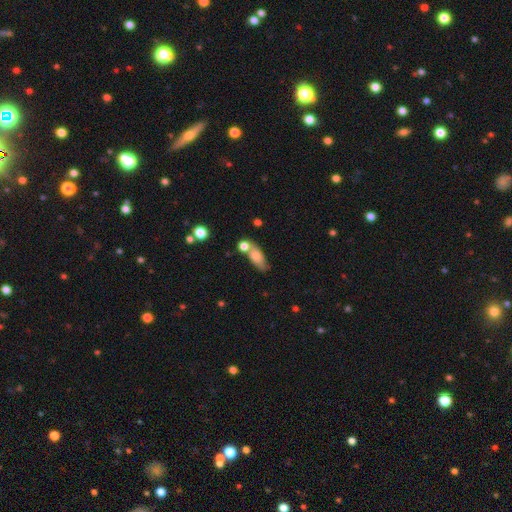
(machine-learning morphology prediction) A smooth galaxy with no disk features (74%) that is in between round and cigar-shaped (72%). Merging: none (52%).